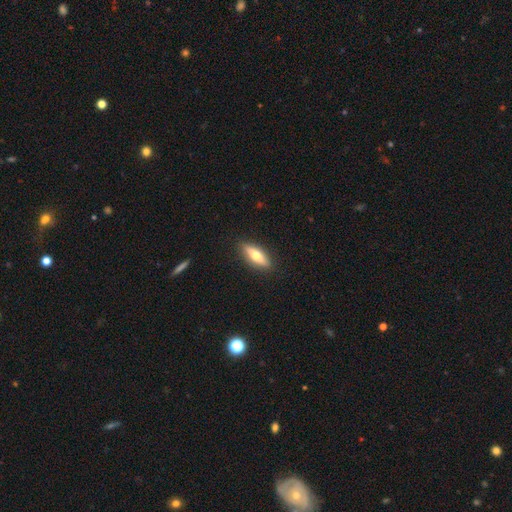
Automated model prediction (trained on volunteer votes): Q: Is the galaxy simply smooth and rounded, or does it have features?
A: smooth — 57%.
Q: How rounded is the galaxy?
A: in between — 52%.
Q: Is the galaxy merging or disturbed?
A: none — 89%.